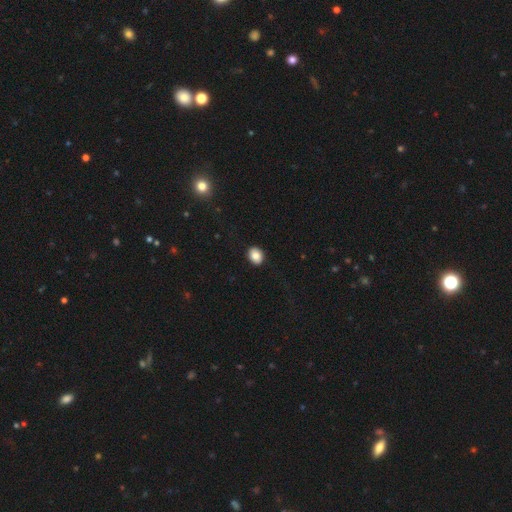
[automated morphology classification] A smooth galaxy with no disk features (85%) that is in between round and cigar-shaped (53%). Merging: none (89%).